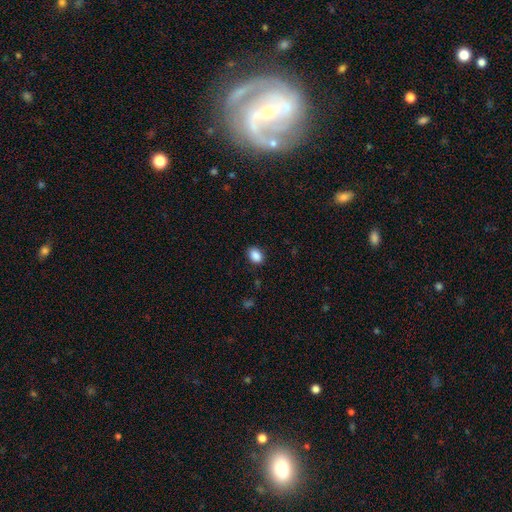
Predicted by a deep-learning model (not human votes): smooth-or-featured: smooth: 89% | star or artifact: 8% | featured or disk: 3%
  how-rounded: in between: 77% | round: 22% | cigar-shaped: 1%
  merging: none: 87% | minor disturbance: 9% | major disturbance: 2% | merger: 1%